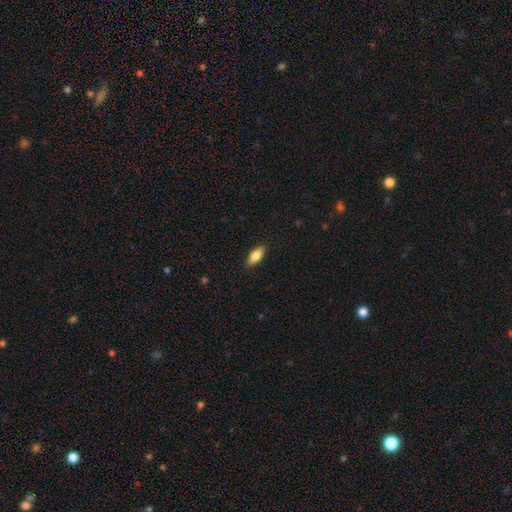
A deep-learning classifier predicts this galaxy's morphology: A smooth galaxy with no disk features (77%) that is in between round and cigar-shaped (80%). Merging: none (88%).